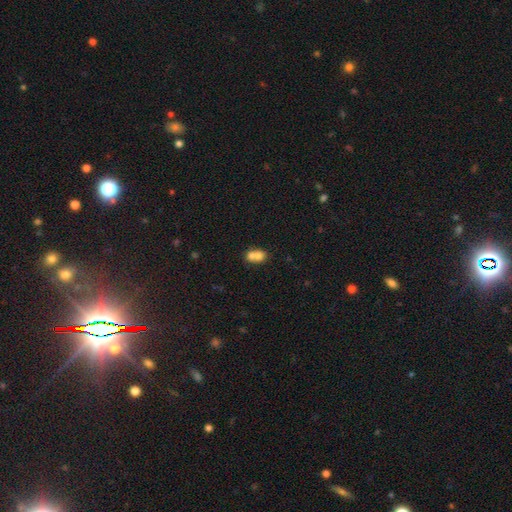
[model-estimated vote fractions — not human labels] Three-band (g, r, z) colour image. It shows a smooth galaxy with no disk features (72%) that is round (51%). Merging: merger (67%).